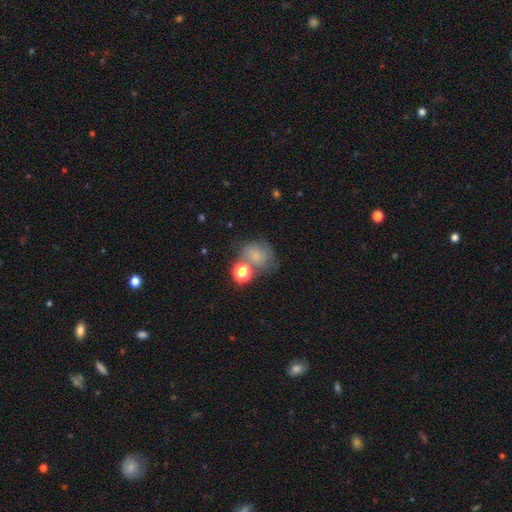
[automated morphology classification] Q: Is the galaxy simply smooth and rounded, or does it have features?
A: smooth — 64%.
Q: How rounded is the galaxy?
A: round — 67%.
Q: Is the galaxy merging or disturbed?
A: none — 46%.